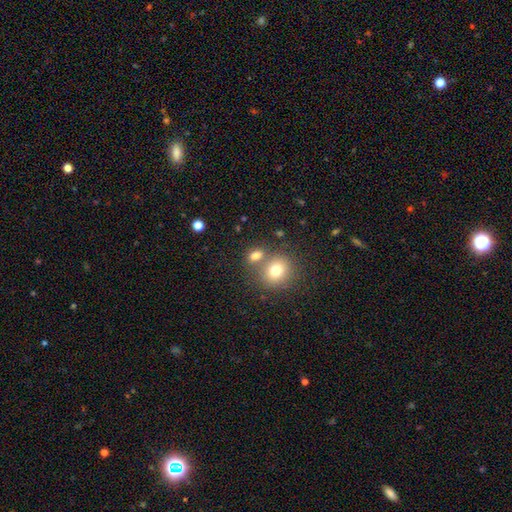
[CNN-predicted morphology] This is likely a smooth galaxy (78%). How rounded: possibly in between (57%). Merging: possibly none (52%).